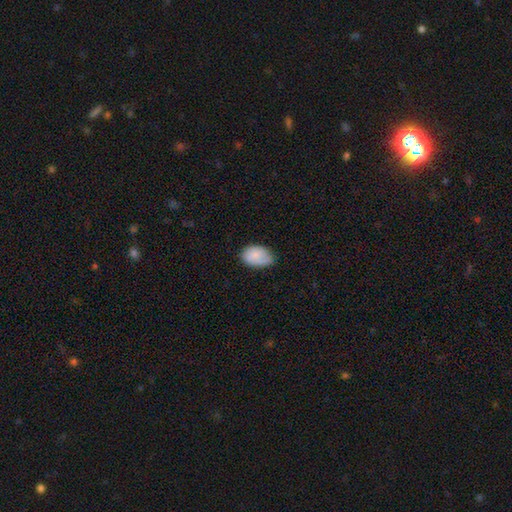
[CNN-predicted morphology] type=smooth (83%); roundness=in between (88%); merging=none (60%).